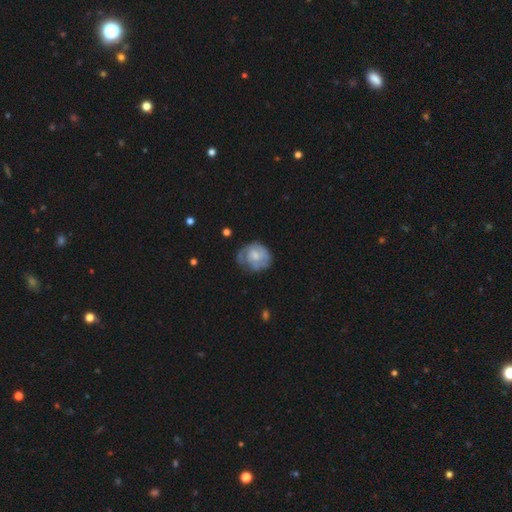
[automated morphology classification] featured or disk 64%, smooth 30%, star or artifact 6%. Down the decision tree: edge-on disk — no (98%); bar — no (69%); spiral arms — yes (80%); bulge size — moderate (42%, tied with small); merging — none (59%).